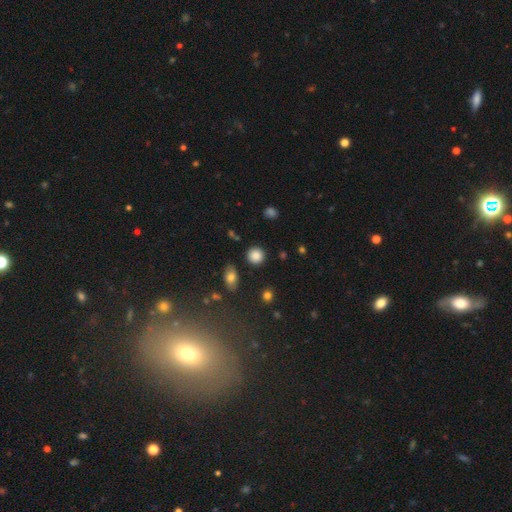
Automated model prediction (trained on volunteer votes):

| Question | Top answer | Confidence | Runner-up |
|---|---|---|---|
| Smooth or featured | smooth | 86% | star or artifact (9%) |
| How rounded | round | 90% | in between (9%) |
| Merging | none | 88% | minor disturbance (7%) |